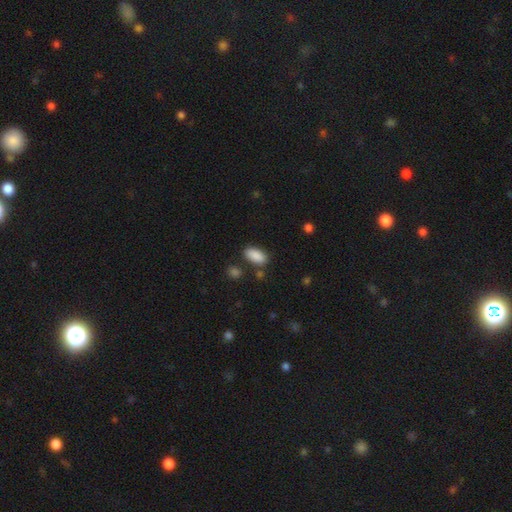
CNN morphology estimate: This is clearly a smooth galaxy (89%). How rounded: clearly in between (92%). Merging: likely none (80%).